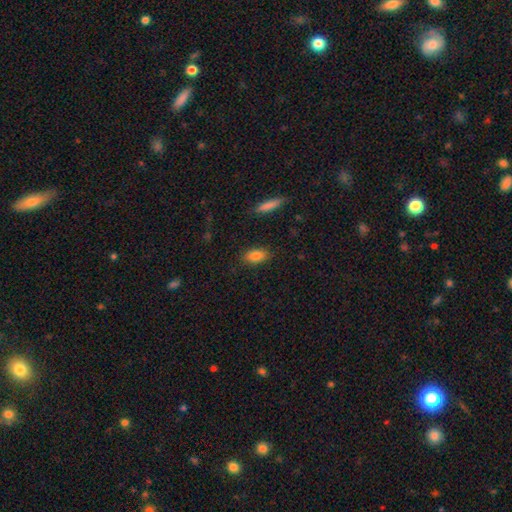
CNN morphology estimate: Smooth or featured? Predicted: smooth (p=0.84). How rounded? Predicted: in between (p=0.87). Merging? Predicted: none (p=0.84).